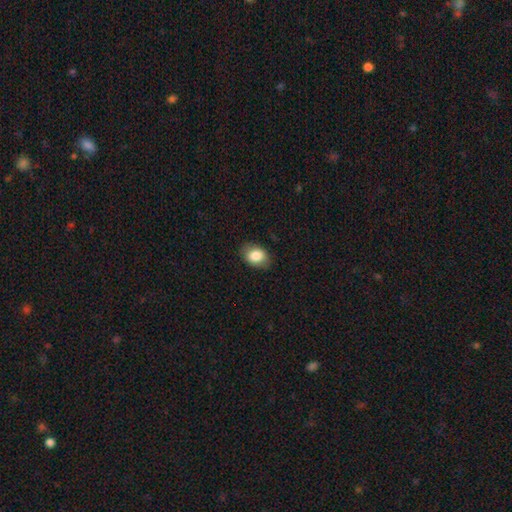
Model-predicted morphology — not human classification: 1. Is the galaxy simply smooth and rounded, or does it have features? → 83% smooth, 9% featured or disk, 7% star or artifact.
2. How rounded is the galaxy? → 78% in between, 21% round, 1% cigar-shaped.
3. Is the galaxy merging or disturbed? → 83% none, 13% minor disturbance, 3% major disturbance, 1% merger.